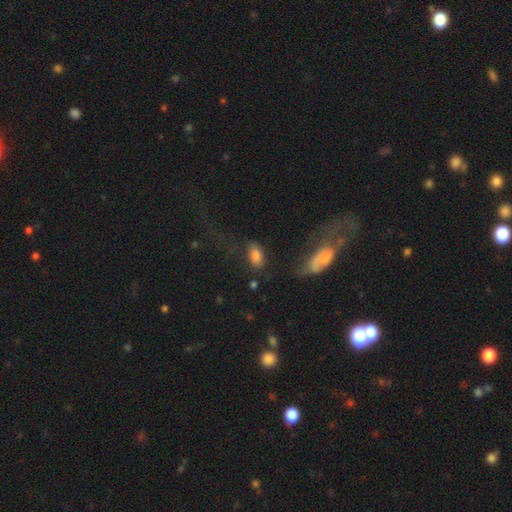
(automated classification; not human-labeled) This is likely a smooth galaxy (78%). How rounded: clearly in between (91%). Merging: likely none (62%).